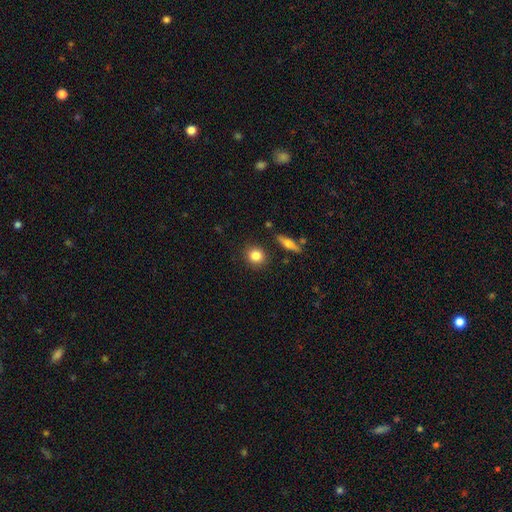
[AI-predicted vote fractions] This appears to be a smooth galaxy with no disk features (83%) that is round (81%). Merging: none (86%).